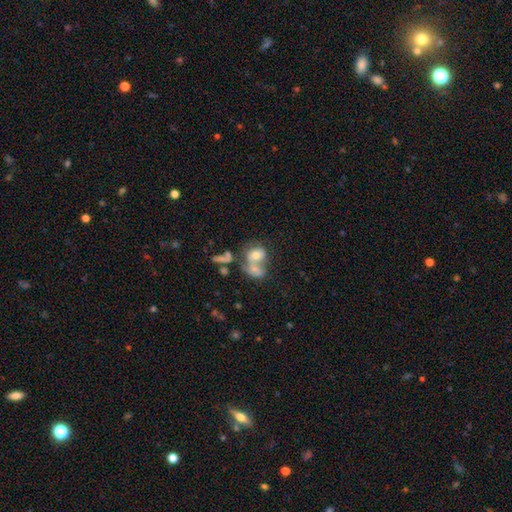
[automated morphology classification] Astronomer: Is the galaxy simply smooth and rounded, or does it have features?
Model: smooth — 60%.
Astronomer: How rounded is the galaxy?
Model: in between — 59% (runner-up: round, 39%).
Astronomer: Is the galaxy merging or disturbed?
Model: merger — 63%.